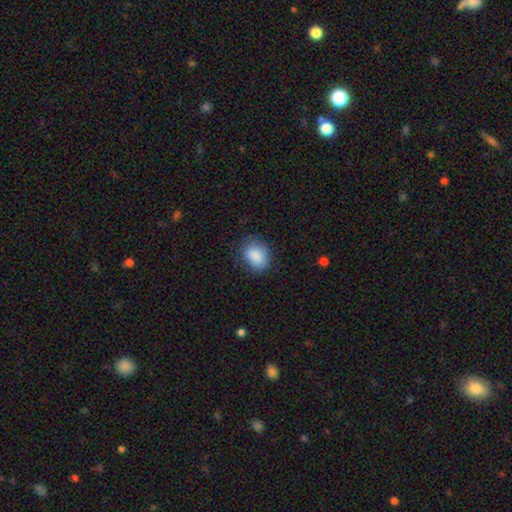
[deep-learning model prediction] Overall: smooth (87%). How rounded: in between (70%). Merging: none (73%).